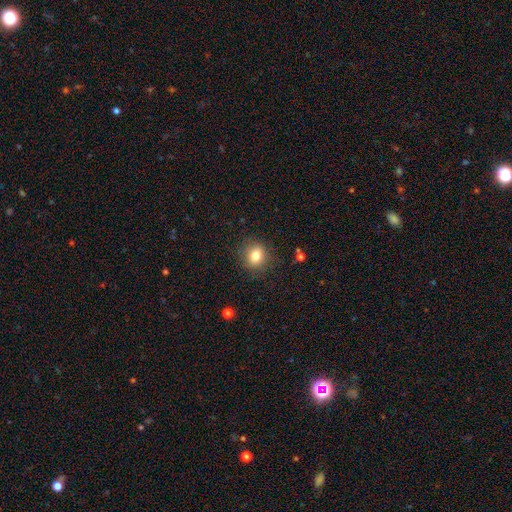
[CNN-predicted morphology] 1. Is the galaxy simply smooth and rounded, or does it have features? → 81% smooth, 11% star or artifact, 8% featured or disk.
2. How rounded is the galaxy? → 76% round, 23% in between, 1% cigar-shaped.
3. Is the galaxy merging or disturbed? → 86% none, 9% minor disturbance, 3% major disturbance, 1% merger.